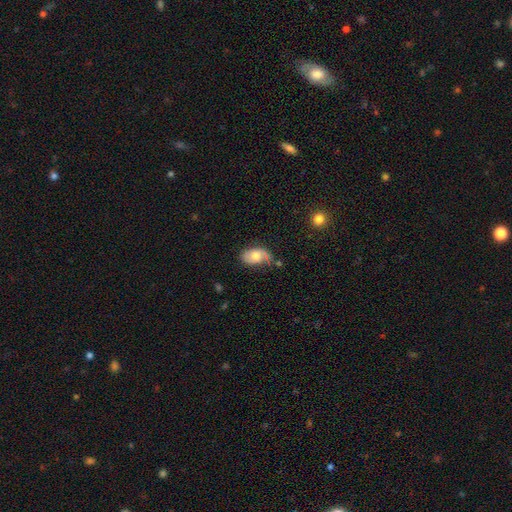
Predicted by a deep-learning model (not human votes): Overall: smooth (53%; featured or disk 40%). How rounded: in between (90%). Merging: none (54%; minor disturbance 31%).